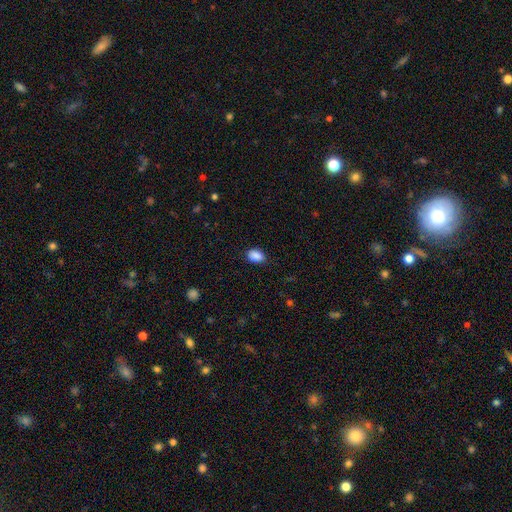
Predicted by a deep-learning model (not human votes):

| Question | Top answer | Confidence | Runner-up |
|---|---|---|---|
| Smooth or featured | smooth | 88% | star or artifact (8%) |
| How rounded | in between | 84% | round (15%) |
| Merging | none | 83% | minor disturbance (13%) |